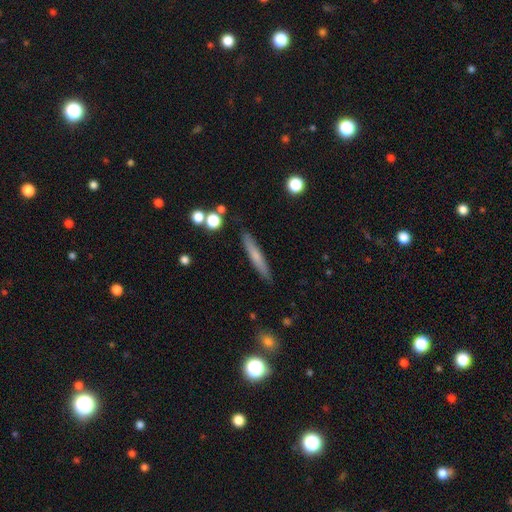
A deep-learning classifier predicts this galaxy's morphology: Overall: smooth (65%; featured or disk 28%). How rounded: cigar-shaped (94%). Merging: none (89%).